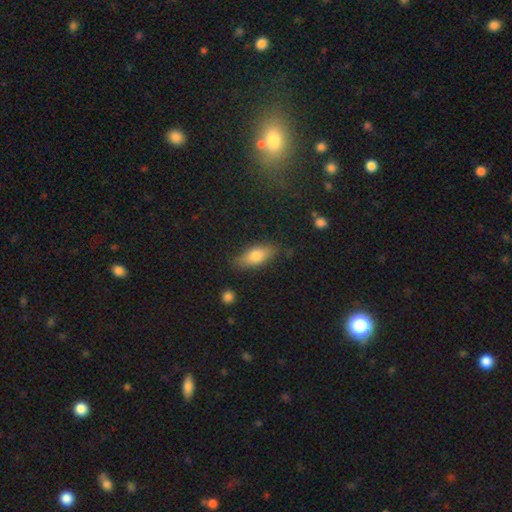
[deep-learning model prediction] This appears to be a smooth galaxy with no disk features (76%) that is in between round and cigar-shaped (77%). Merging: none (79%).